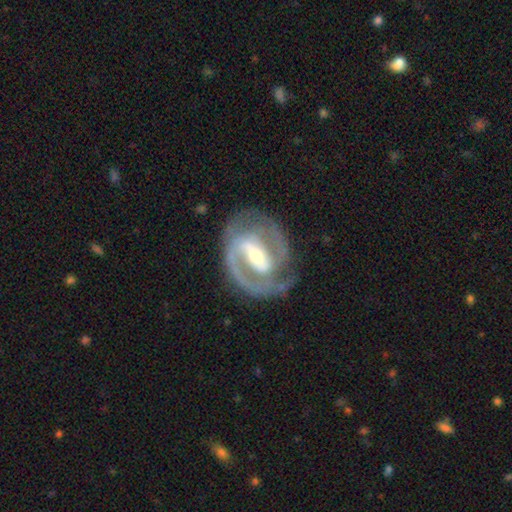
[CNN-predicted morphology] Q: Smooth or featured?
A: featured or disk (90%); runner-up: smooth (6%)
Q: Edge-on disk?
A: no (97%); runner-up: yes (3%)
Q: Bar?
A: strong (55%); runner-up: weak (33%)
Q: Spiral arms?
A: yes (96%); runner-up: no (4%)
Q: Spiral winding?
A: medium (48%); runner-up: tight (43%)
Q: Spiral arm count?
A: 2 (83%); runner-up: 1 (5%)
Q: Bulge size?
A: moderate (51%); runner-up: small (42%)
Q: Merging?
A: none (74%); runner-up: minor disturbance (16%)